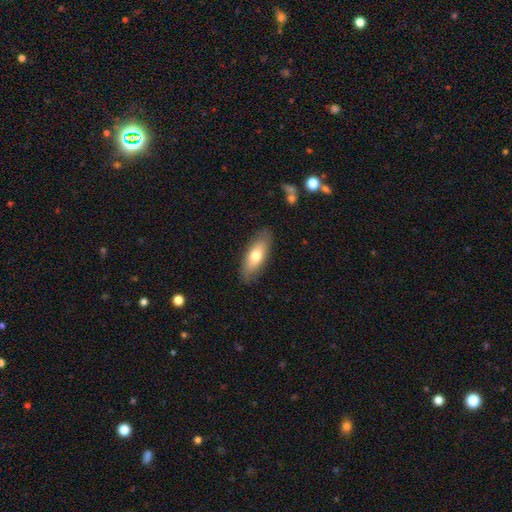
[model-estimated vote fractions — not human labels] Smooth or featured: smooth — 68% (featured or disk — 26%)
How rounded: in between — 65% (cigar-shaped — 33%)
Merging: none — 86% (minor disturbance — 11%)